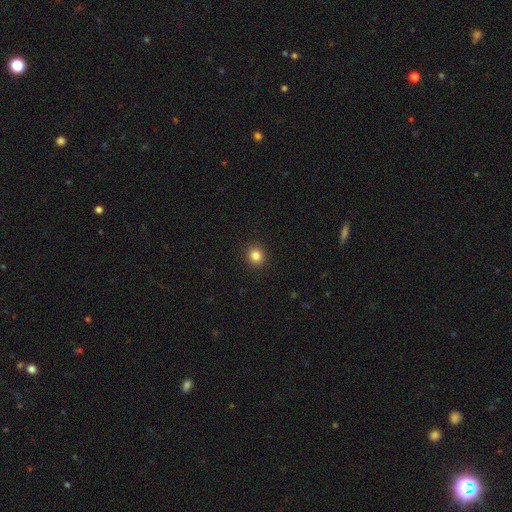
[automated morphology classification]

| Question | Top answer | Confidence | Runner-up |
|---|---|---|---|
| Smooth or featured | smooth | 84% | star or artifact (11%) |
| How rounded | round | 87% | in between (12%) |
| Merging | none | 93% | minor disturbance (5%) |